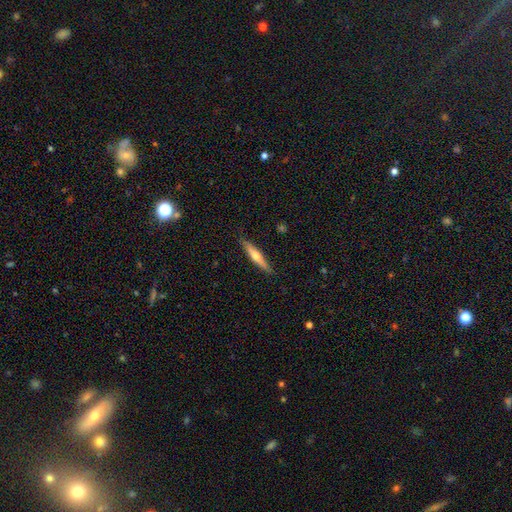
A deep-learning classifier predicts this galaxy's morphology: smooth_or_featured: featured or disk (p=0.51) [alt: smooth p=0.44]
disk_edge_on: yes (p=0.94) [alt: no p=0.06]
merging: none (p=0.88) [alt: minor disturbance p=0.09]